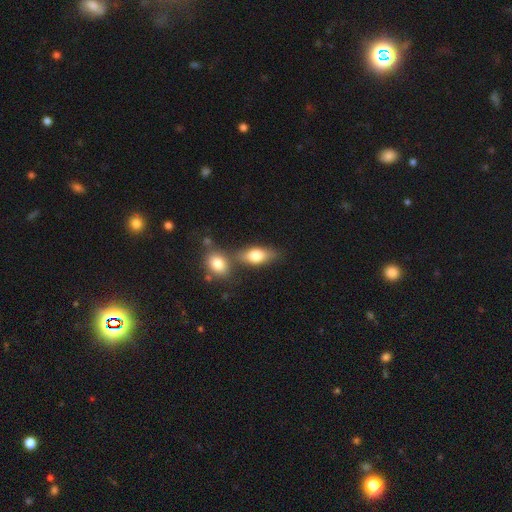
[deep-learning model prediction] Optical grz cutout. It shows a smooth galaxy with no disk features (73%) that is in between round and cigar-shaped (81%). Merging: none (52%).